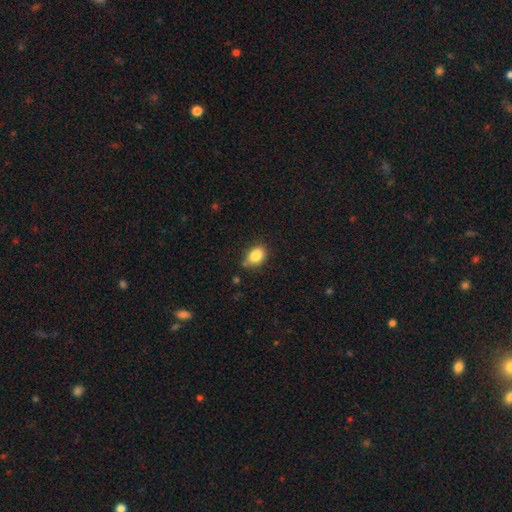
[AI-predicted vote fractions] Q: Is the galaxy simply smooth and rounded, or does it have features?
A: smooth — 84%.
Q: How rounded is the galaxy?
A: in between — 73%.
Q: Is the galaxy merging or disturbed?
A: none — 68%.